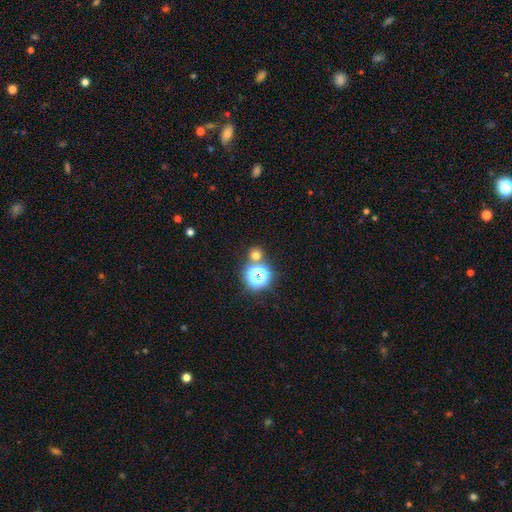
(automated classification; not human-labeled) This is likely a smooth galaxy (63%). How rounded: clearly round (90%). Merging: likely none (74%).